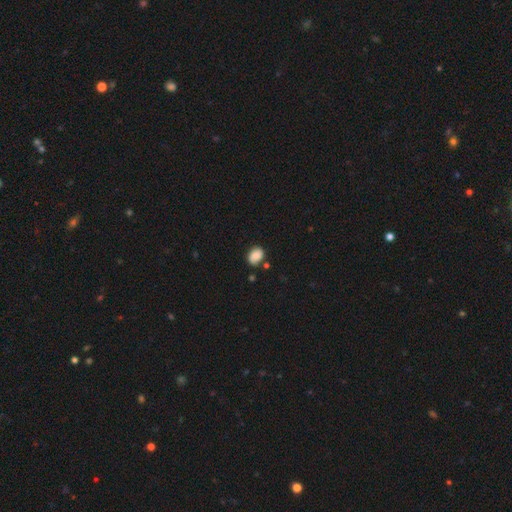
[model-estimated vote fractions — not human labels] smooth-or-featured: smooth: 76% | featured or disk: 15% | star or artifact: 9%
  how-rounded: in between: 67% | round: 32% | cigar-shaped: 1%
  merging: none: 67% | minor disturbance: 21% | merger: 7% | major disturbance: 5%